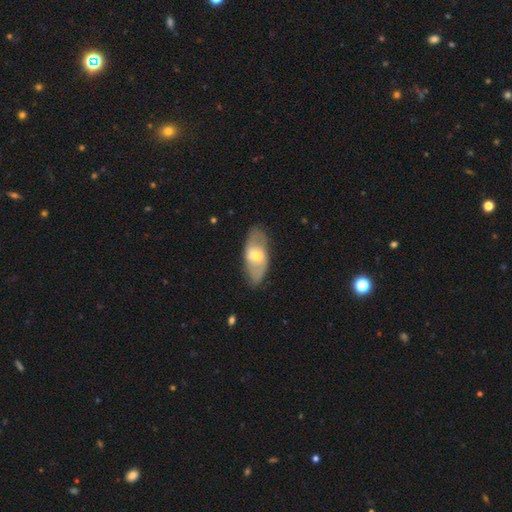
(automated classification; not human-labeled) featured or disk 52%, smooth 42%, star or artifact 6%. Down the decision tree: edge-on disk — no (86%); merging — none (79%).